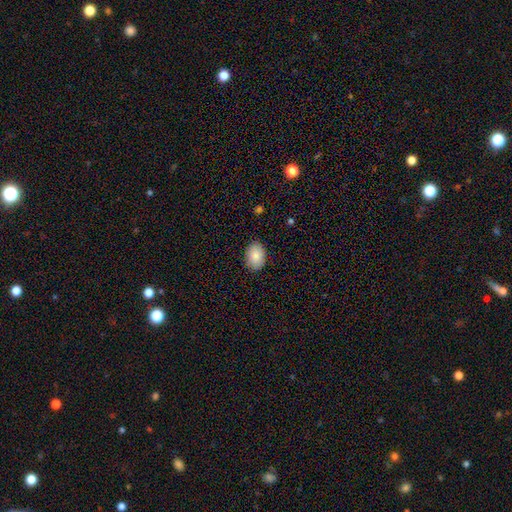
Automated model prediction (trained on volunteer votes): smooth_or_featured: smooth (p=0.87) [alt: star or artifact p=0.07]
how_rounded: in between (p=0.78) [alt: round p=0.21]
merging: none (p=0.88) [alt: minor disturbance p=0.10]